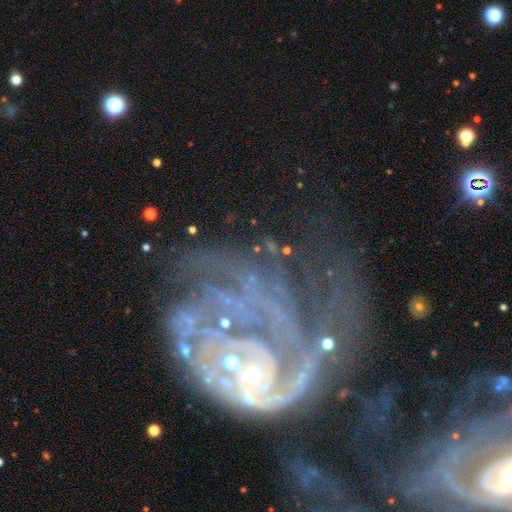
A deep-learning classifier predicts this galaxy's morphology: This is clearly a featured or disk galaxy (82%). It is clearly not viewed edge-on (97%). Bar: likely no (70%). Spiral arm pattern: clearly yes (81%). Spiral arm count: marginally can't tell (33%). Spiral winding: possibly tight (49%). Central bulge: possibly small (58%). Merging: marginally major disturbance (41%).